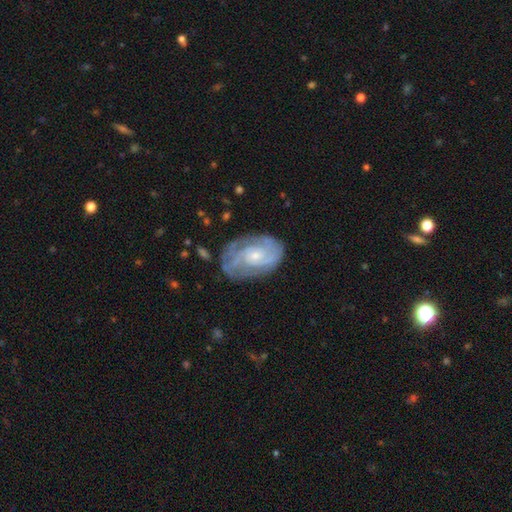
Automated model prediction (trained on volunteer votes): A featured or disk galaxy (80%) with no bar (74%), 2 (37%) tight (57%) spiral arms (91%) and a small central bulge (69%). Merging: none (65%).